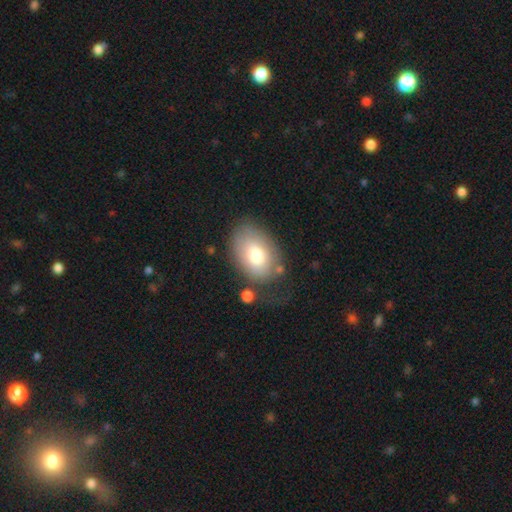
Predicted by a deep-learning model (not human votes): Morphology: type=smooth (73%); roundness=in between (84%); merging=none (59%).